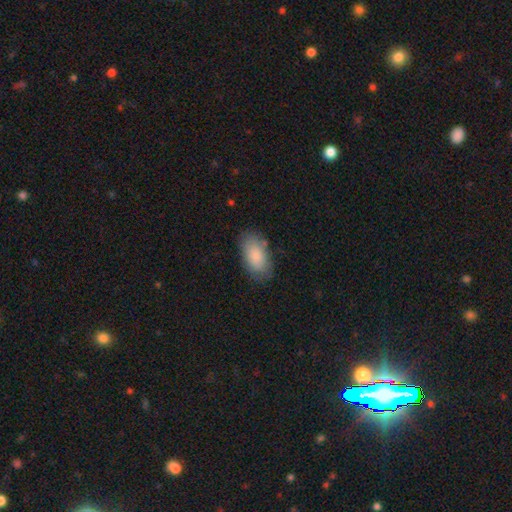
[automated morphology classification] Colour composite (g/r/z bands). It shows a smooth galaxy with no disk features (84%) that is in between round and cigar-shaped (94%). Merging: none (78%).